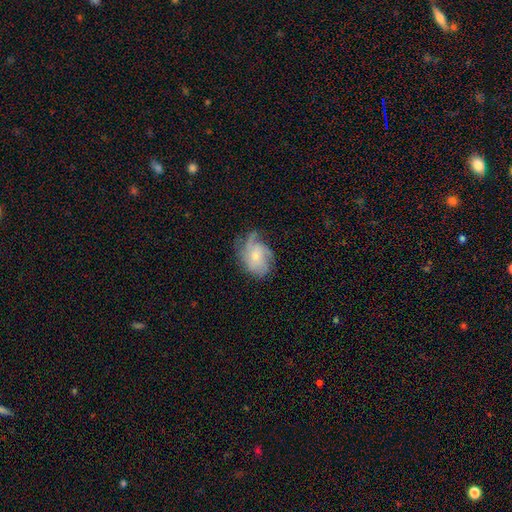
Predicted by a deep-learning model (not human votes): Q: Smooth or featured?
A: featured or disk (66%); runner-up: smooth (27%)
Q: Edge-on disk?
A: no (97%); runner-up: yes (3%)
Q: Bar?
A: no (74%); runner-up: weak (23%)
Q: Spiral arms?
A: yes (87%); runner-up: no (13%)
Q: Spiral winding?
A: medium (39%); runner-up: tight (34%)
Q: Spiral arm count?
A: can't tell (33%); runner-up: 3 (27%)
Q: Bulge size?
A: small (53%); runner-up: moderate (39%)
Q: Merging?
A: none (50%); runner-up: minor disturbance (29%)